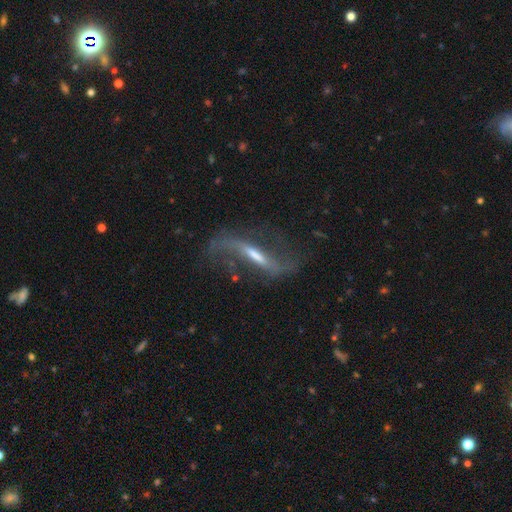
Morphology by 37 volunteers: A featured or disk galaxy (81%) with a strong bar (59%), 2 (100%) loose (96%) spiral arms (85%) and a moderate central bulge (67%).

Vote fractions:
- Smooth or featured? featured or disk: 81% / smooth: 19% / star or artifact: 0%
- Edge-on disk? no: 90% / yes: 10%
- Bar? strong: 59% / weak: 33% / no: 7%
- Spiral arms? yes: 85% / no: 15%
- Spiral winding? loose: 96% / medium: 4% / tight: 0%
- Spiral arm count? 2: 100% / 1: 0% / 3: 0% / 4: 0% / more than 4: 0% / can't tell: 0%
- Bulge size? moderate: 67% / large: 15% / small: 11% / none: 7% / dominant: 0%
- Merging? none: 57% / major disturbance: 35% / minor disturbance: 8% / merger: 0%